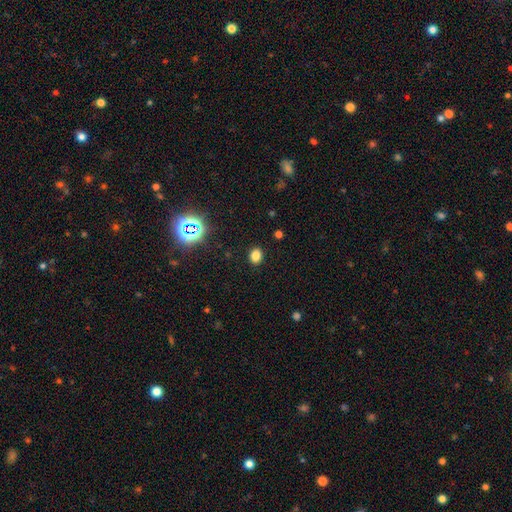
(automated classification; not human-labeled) Overall: smooth (79%). How rounded: in between (57%; round 42%). Merging: none (89%).